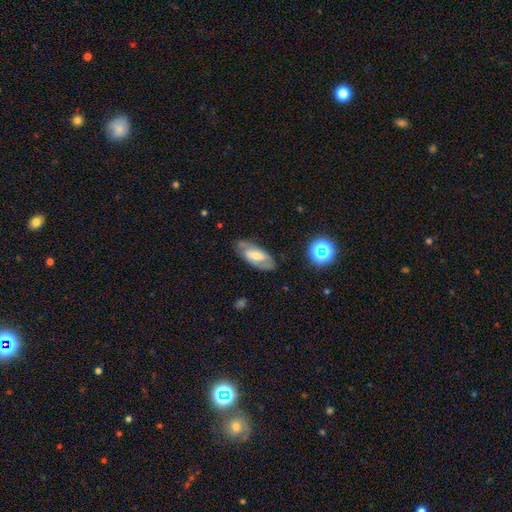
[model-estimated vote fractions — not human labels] Smooth or featured? Predicted: featured or disk (p=0.60). Edge-on disk? Predicted: no (p=0.88). Bar? Predicted: weak (p=0.41). Spiral arms? Predicted: yes (p=0.71). Bulge size? Predicted: moderate (p=0.50). Merging? Predicted: none (p=0.74).